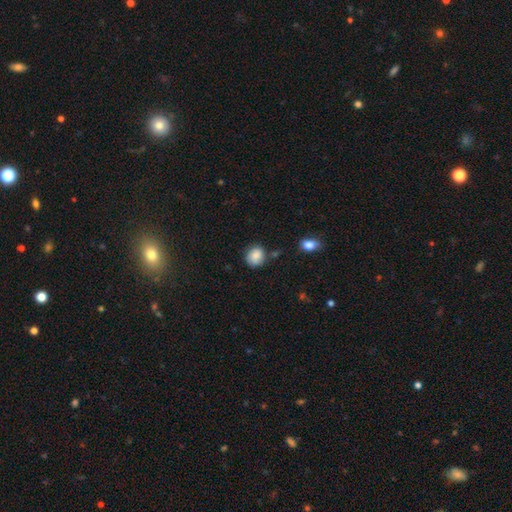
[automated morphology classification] A smooth galaxy with no disk features (85%) that is round (72%).

Vote fractions:
- Smooth or featured? smooth: 85% / star or artifact: 8% / featured or disk: 7%
- How rounded? round: 72% / in between: 27% / cigar-shaped: 1%
- Merging? none: 71% / minor disturbance: 20% / merger: 5% / major disturbance: 4%